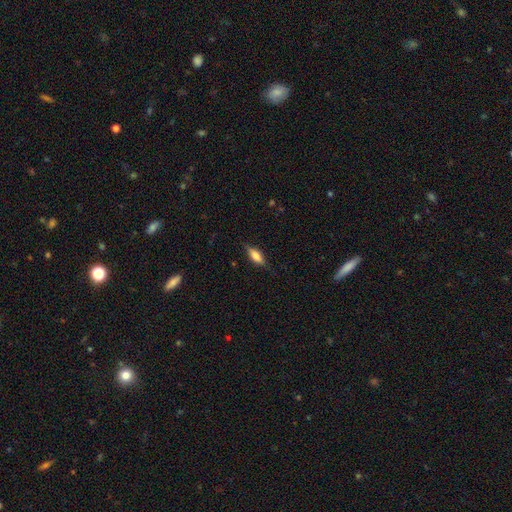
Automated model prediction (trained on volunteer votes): Smooth or featured: smooth — 57% (featured or disk — 36%)
How rounded: in between — 61% (cigar-shaped — 36%)
Merging: none — 80% (minor disturbance — 15%)